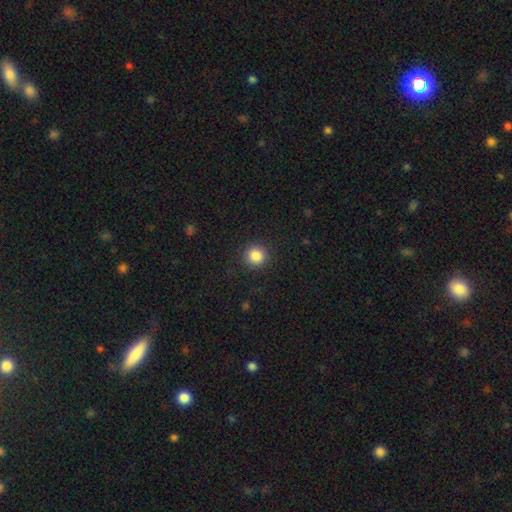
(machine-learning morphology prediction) This is clearly a smooth galaxy (85%). How rounded: clearly round (94%). Merging: clearly none (90%).